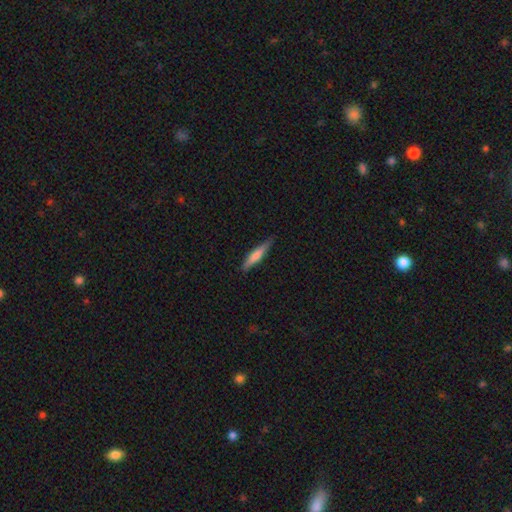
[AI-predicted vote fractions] This is likely a smooth galaxy (67%). How rounded: clearly cigar-shaped (89%). Merging: clearly none (85%).